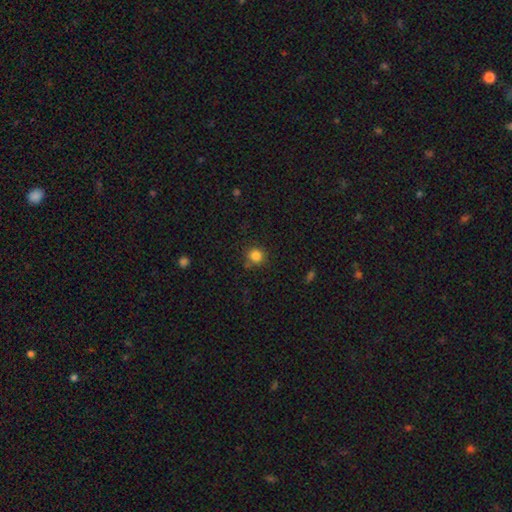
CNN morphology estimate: Smooth or featured? Predicted: smooth (p=0.84). How rounded? Predicted: round (p=0.92). Merging? Predicted: none (p=0.81).